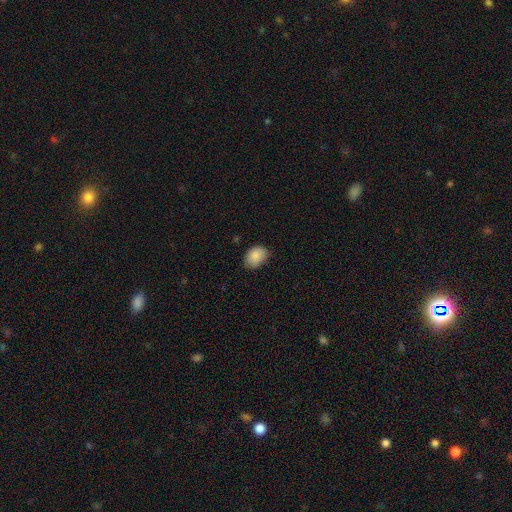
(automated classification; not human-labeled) Overall: smooth (87%). How rounded: in between (73%). Merging: none (75%).